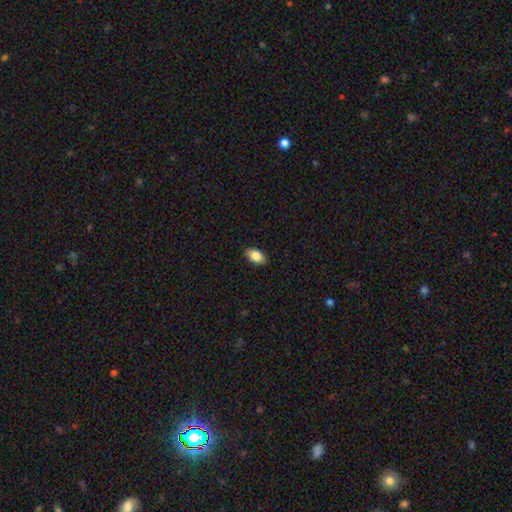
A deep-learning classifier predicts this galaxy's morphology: smooth_or_featured: smooth (p=0.85) [alt: featured or disk p=0.08]
how_rounded: in between (p=0.92) [alt: round p=0.06]
merging: none (p=0.89) [alt: minor disturbance p=0.09]